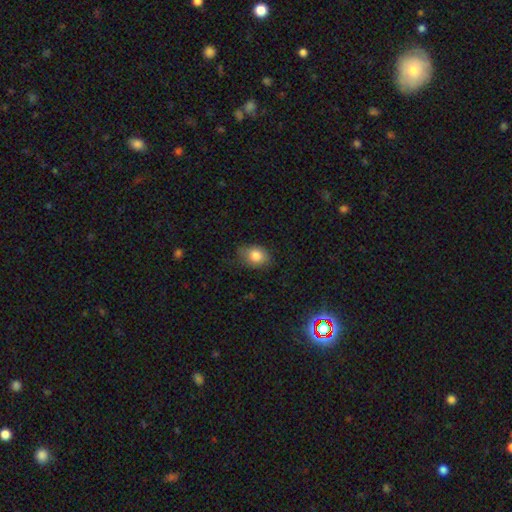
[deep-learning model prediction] Smooth or featured: smooth — 83% (star or artifact — 9%)
How rounded: in between — 69% (round — 30%)
Merging: none — 71% (minor disturbance — 23%)